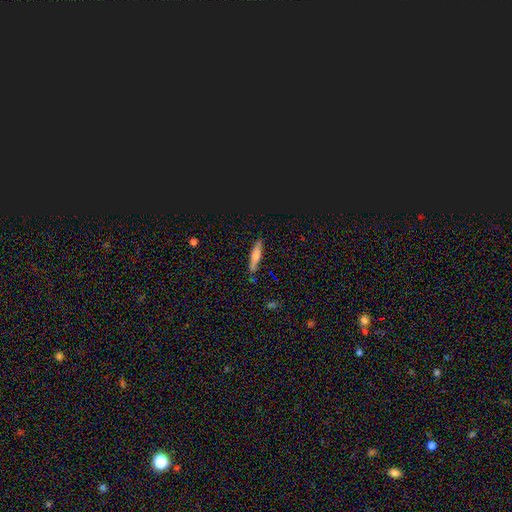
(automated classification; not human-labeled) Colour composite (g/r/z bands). It shows a smooth galaxy with no disk features (64%) that is cigar-shaped (81%). Merging: none (81%).